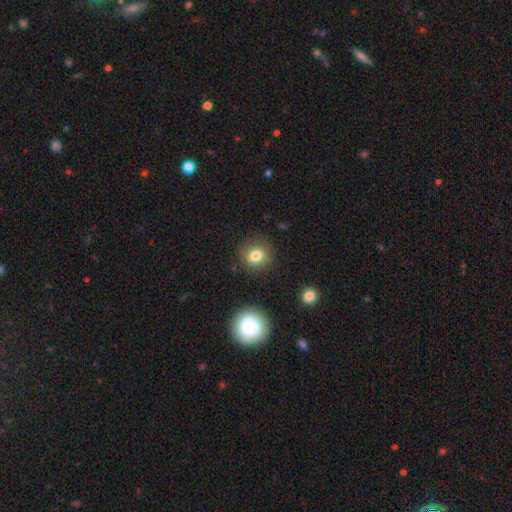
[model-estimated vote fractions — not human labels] Smooth or featured: smooth — 81% (star or artifact — 10%)
How rounded: round — 72% (in between — 26%)
Merging: none — 84% (minor disturbance — 11%)